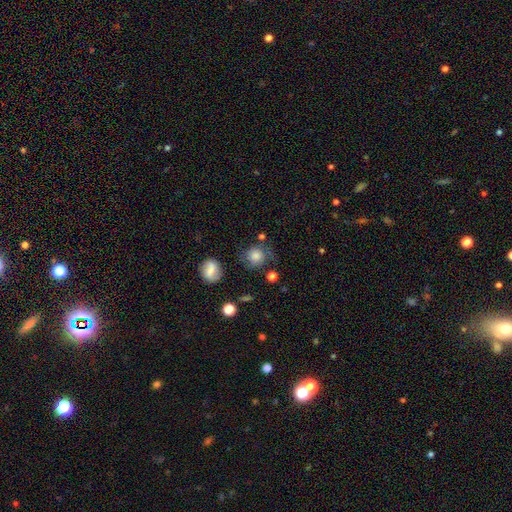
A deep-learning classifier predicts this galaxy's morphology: Overall: smooth (74%). How rounded: round (85%). Merging: none (59%; minor disturbance 22%).